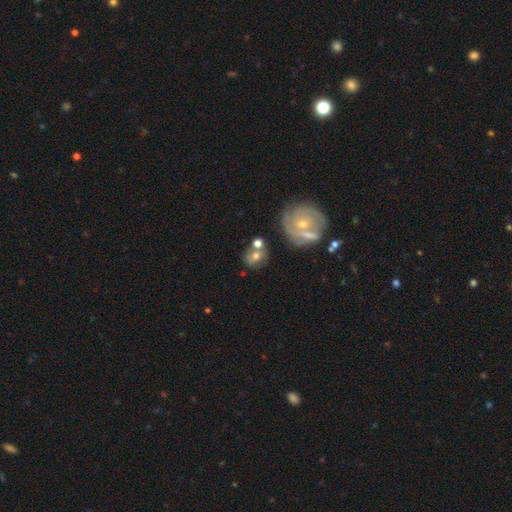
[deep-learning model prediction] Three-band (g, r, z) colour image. It shows a smooth galaxy with no disk features (52%) that is round (62%). Merging: none (50%).